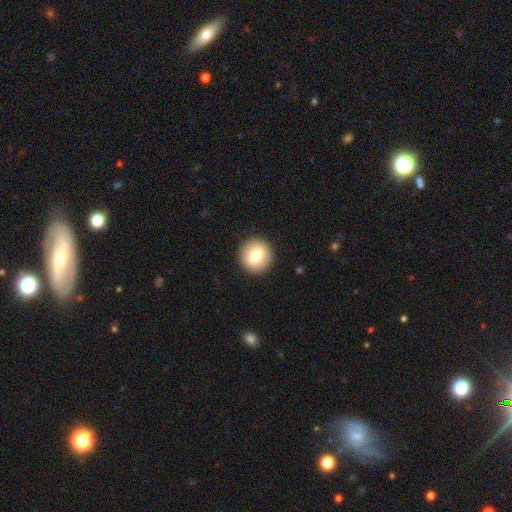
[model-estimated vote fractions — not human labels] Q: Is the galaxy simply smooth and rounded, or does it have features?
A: smooth — 76%.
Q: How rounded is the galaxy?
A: round — 94%.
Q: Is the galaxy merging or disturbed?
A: none — 92%.